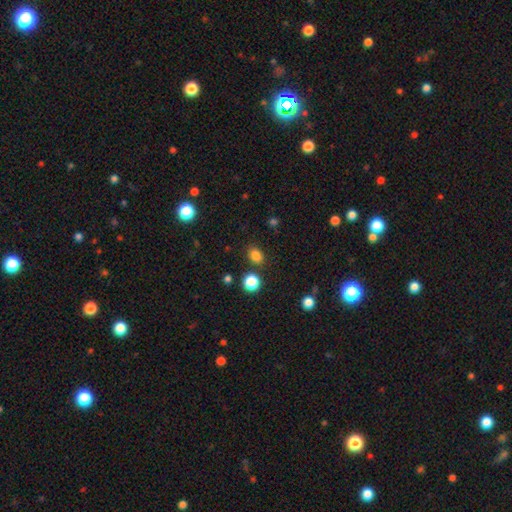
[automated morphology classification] Smooth or featured: smooth — 82% (star or artifact — 14%)
How rounded: in between — 57% (round — 42%)
Merging: none — 83% (minor disturbance — 10%)